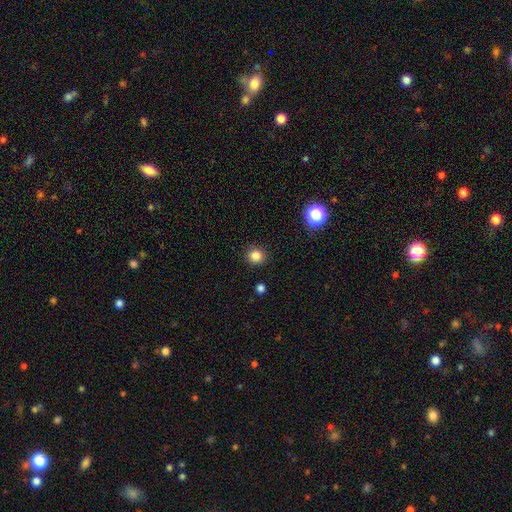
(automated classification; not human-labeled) A smooth galaxy with no disk features (83%) that is round (85%). Merging: none (89%).